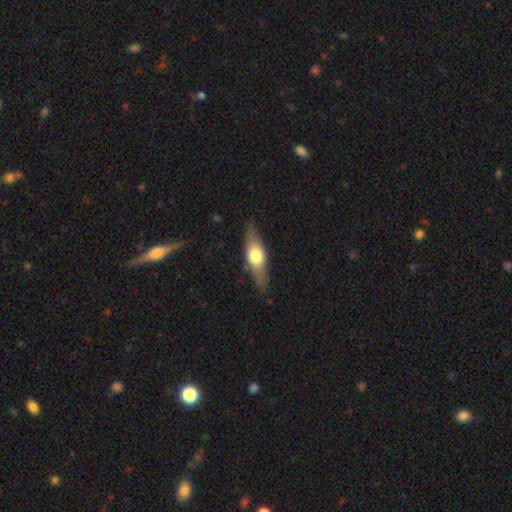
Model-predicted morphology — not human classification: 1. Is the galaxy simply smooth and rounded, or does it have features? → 54% smooth, 40% featured or disk, 6% star or artifact.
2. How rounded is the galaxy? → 57% in between, 39% cigar-shaped, 4% round.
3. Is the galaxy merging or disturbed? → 81% none, 14% minor disturbance, 3% major disturbance, 1% merger.